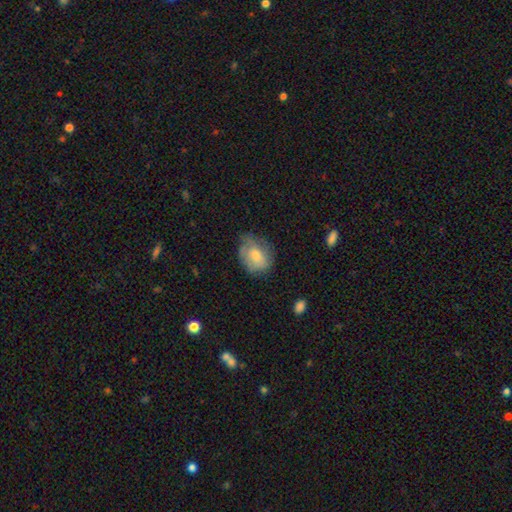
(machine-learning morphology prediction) A smooth galaxy with no disk features (67%) that is in between round and cigar-shaped (58%).

Vote fractions:
- Smooth or featured? smooth: 67% / featured or disk: 25% / star or artifact: 8%
- How rounded? in between: 58% / round: 40% / cigar-shaped: 1%
- Merging? none: 60% / minor disturbance: 30% / major disturbance: 9% / merger: 1%